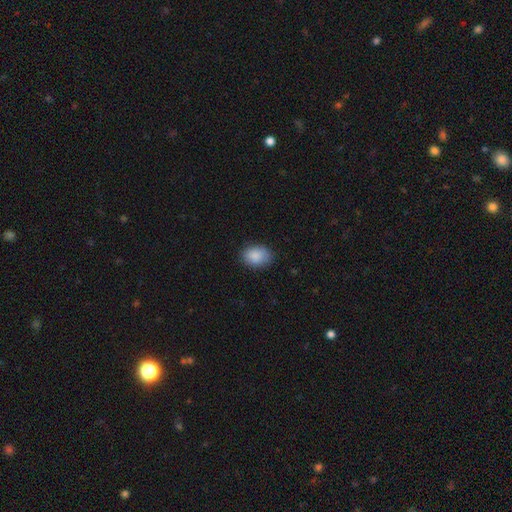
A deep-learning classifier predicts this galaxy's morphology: Smooth or featured? Predicted: smooth (p=0.89). How rounded? Predicted: in between (p=0.75). Merging? Predicted: none (p=0.82).